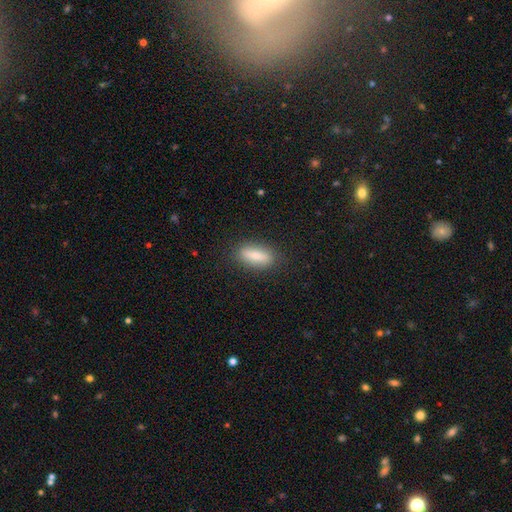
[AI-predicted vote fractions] Smooth or featured: smooth — 79% (featured or disk — 15%)
How rounded: in between — 60% (cigar-shaped — 37%)
Merging: none — 86% (minor disturbance — 10%)